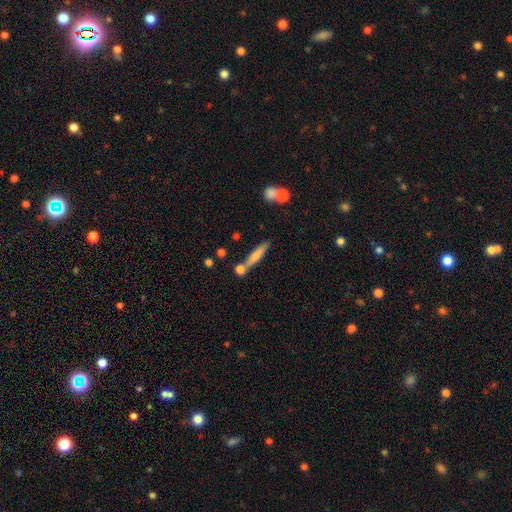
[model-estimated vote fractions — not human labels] This is likely a smooth galaxy (64%). How rounded: clearly cigar-shaped (87%). Merging: likely none (66%).